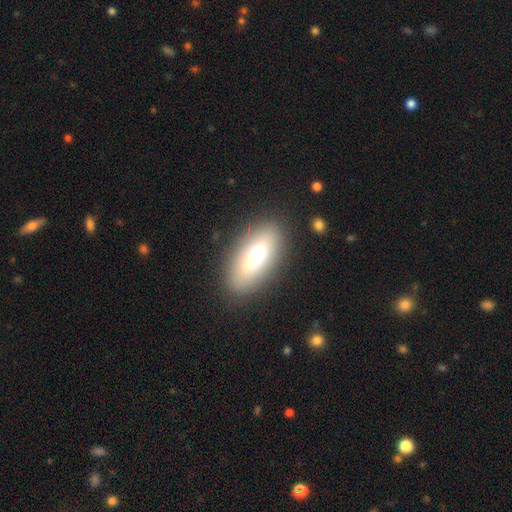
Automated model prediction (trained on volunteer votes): A smooth galaxy with no disk features (72%) that is in between round and cigar-shaped (80%).

Vote fractions:
- Smooth or featured? smooth: 72% / featured or disk: 19% / star or artifact: 9%
- How rounded? in between: 80% / cigar-shaped: 17% / round: 3%
- Merging? none: 84% / minor disturbance: 10% / major disturbance: 4% / merger: 2%